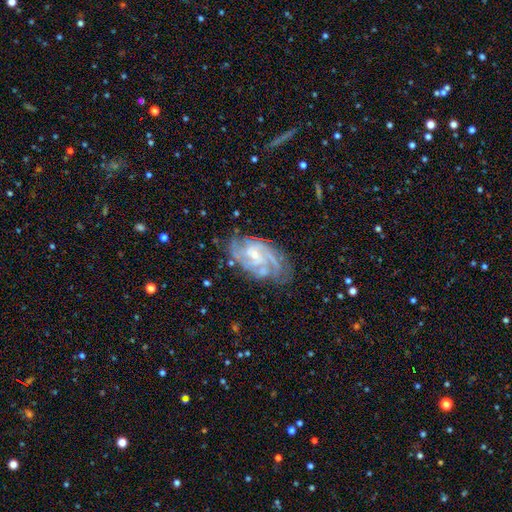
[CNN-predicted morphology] Smooth or featured?
  - featured or disk: 87% *
  - smooth: 6%
  - star or artifact: 6%
Edge-on disk?
  - no: 96% *
  - yes: 4%
Bar?
  - no: 49% *
  - weak: 41%
  - strong: 10%
Spiral arms?
  - yes: 97% *
  - no: 3%
Spiral winding?
  - tight: 55% *
  - medium: 38%
  - loose: 8%
Spiral arm count?
  - 3: 29% *
  - 2: 23%
  - can't tell: 22%
  - 4: 15%
  - more than 4: 6%
  - 1: 5%
Bulge size?
  - small: 63% *
  - moderate: 29%
  - none: 5%
  - large: 2%
  - dominant: 1%
Merging?
  - none: 71% *
  - minor disturbance: 19%
  - major disturbance: 8%
  - merger: 2%